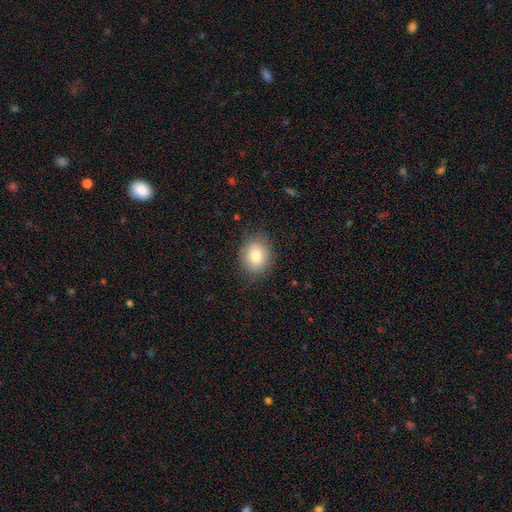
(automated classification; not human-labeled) A smooth galaxy with no disk features (80%) that is round (61%).

Vote fractions:
- Smooth or featured? smooth: 80% / featured or disk: 10% / star or artifact: 9%
- How rounded? round: 61% / in between: 39% / cigar-shaped: 1%
- Merging? none: 83% / minor disturbance: 13% / major disturbance: 3% / merger: 1%